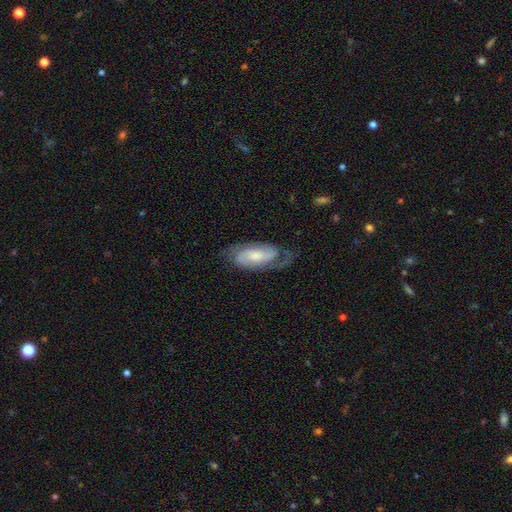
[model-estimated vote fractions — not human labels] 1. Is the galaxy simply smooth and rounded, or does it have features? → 76% featured or disk, 19% smooth, 6% star or artifact.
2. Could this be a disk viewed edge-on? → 94% no, 6% yes.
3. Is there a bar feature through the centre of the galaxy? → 53% no, 36% weak, 12% strong.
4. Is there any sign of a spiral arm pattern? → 94% yes, 6% no.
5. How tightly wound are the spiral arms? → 43% medium, 41% tight, 16% loose.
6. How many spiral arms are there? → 77% 2, 10% can't tell, 8% 1, 2% 3, 1% 4, 1% more than 4.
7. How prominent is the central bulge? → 42% moderate, 32% small, 13% large, 10% none, 2% dominant.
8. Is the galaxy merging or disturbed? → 65% none, 21% minor disturbance, 13% major disturbance, 1% merger.